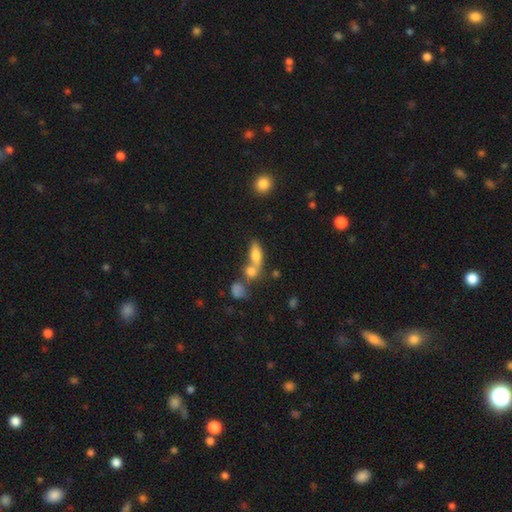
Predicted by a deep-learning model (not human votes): Smooth or featured? Predicted: smooth (p=0.73). How rounded? Predicted: in between (p=0.72). Merging? Predicted: merger (p=0.51).